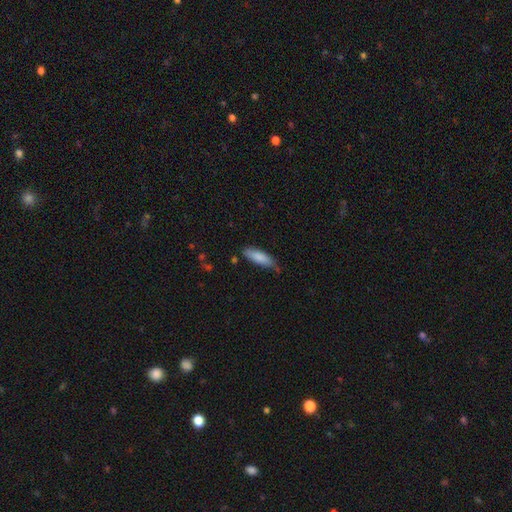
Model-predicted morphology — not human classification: The model was most divided on "how rounded": cigar-shaped: 53%, in between: 45%, round: 1%. More confident: smooth or featured — smooth (83%); merging — none (71%).